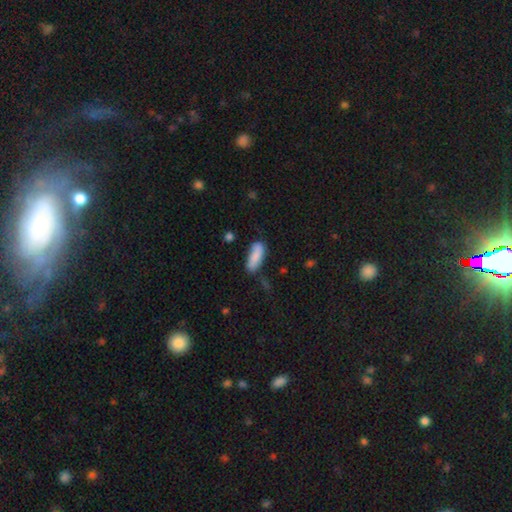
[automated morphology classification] type=smooth (85%); roundness=in between (67%); merging=none (65%).